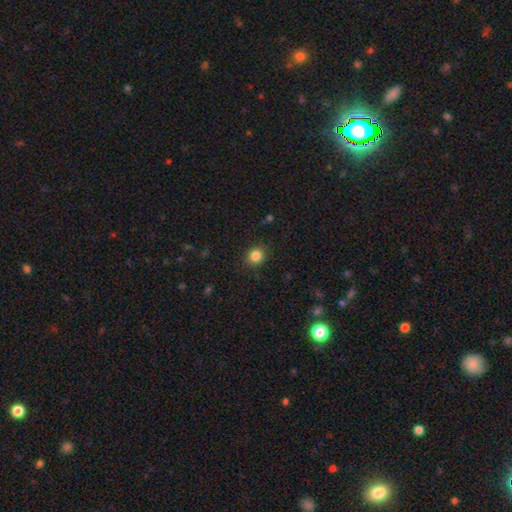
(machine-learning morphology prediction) This appears to be a smooth galaxy with no disk features (85%) that is round (77%). Merging: none (88%).